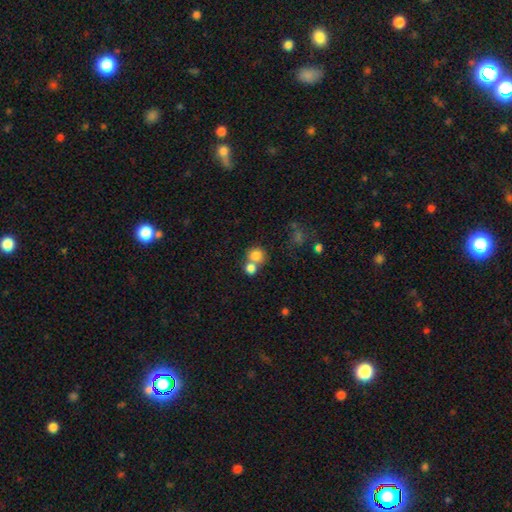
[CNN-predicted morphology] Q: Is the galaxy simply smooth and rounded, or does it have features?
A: smooth — 79%.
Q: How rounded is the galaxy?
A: round — 85%.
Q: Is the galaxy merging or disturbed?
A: merger — 47%.